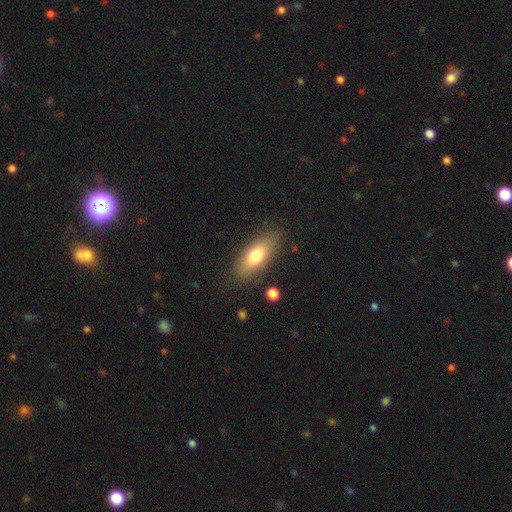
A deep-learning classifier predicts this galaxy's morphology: Overall: smooth (72%). How rounded: in between (73%). Merging: none (83%).